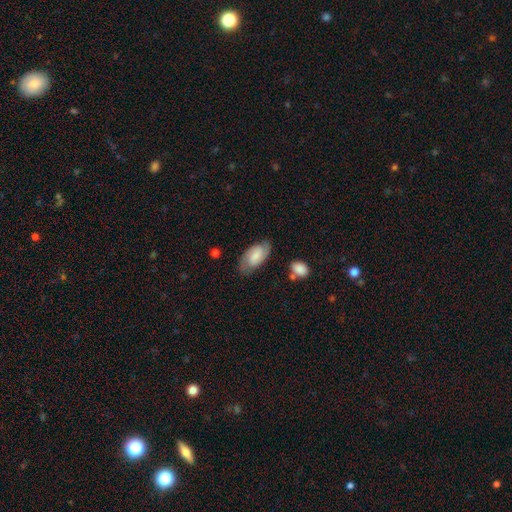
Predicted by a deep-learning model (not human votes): The model was most divided on "smooth or featured": smooth: 48%, featured or disk: 45%, star or artifact: 7%. More confident: merging — none (75%).